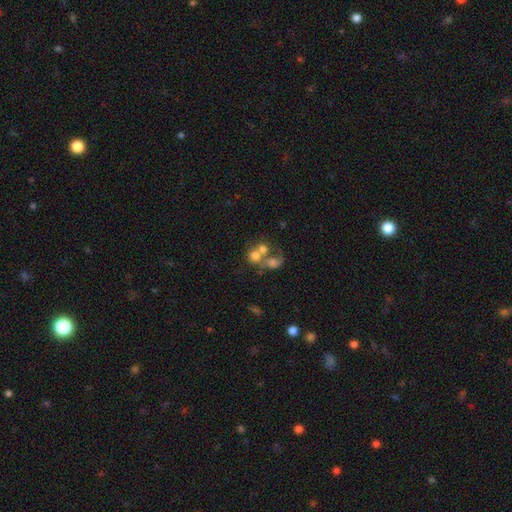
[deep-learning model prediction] Morphology: type=smooth (61%); roundness=round (70%); merging=merger (64%).